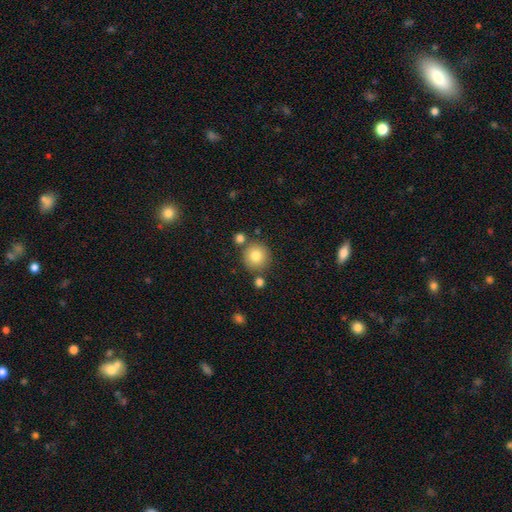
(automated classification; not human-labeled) Overall: smooth (80%). How rounded: round (94%). Merging: none (78%).